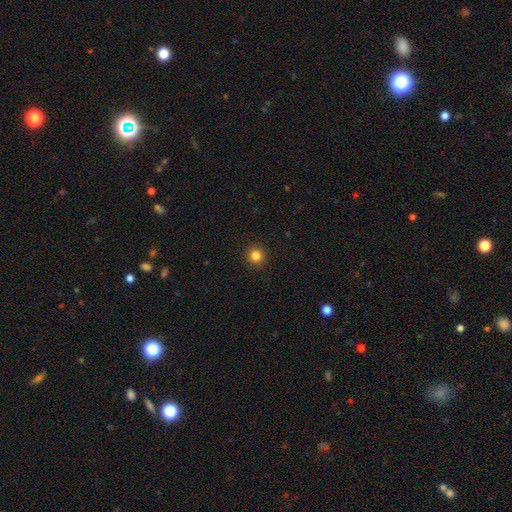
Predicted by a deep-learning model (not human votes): Smooth or featured? Predicted: smooth (p=0.84). How rounded? Predicted: round (p=0.91). Merging? Predicted: none (p=0.92).